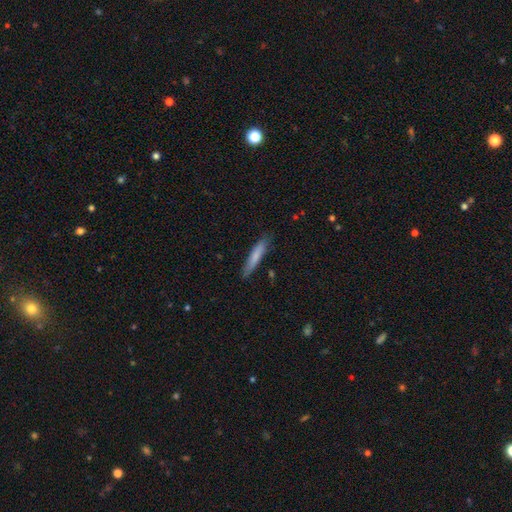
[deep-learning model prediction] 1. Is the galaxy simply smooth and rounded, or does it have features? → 76% smooth, 18% featured or disk, 6% star or artifact.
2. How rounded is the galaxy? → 91% cigar-shaped, 7% in between, 1% round.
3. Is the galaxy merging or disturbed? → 83% none, 13% minor disturbance, 2% major disturbance, 1% merger.